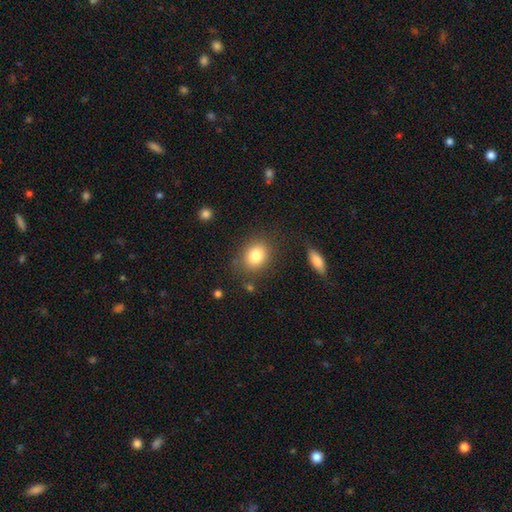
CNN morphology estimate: smooth-or-featured: smooth: 83% | star or artifact: 9% | featured or disk: 9%
  how-rounded: in between: 51% | round: 48% | cigar-shaped: 1%
  merging: none: 79% | minor disturbance: 13% | major disturbance: 5% | merger: 3%